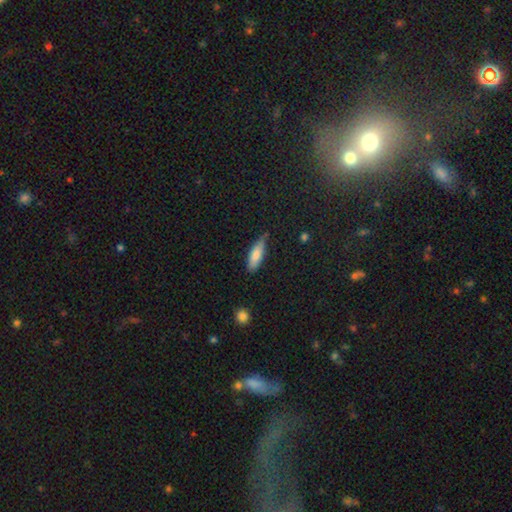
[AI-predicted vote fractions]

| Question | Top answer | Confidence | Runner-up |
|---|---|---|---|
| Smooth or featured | smooth | 80% | featured or disk (14%) |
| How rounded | in between | 53% | cigar-shaped (45%) |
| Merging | none | 68% | minor disturbance (26%) |